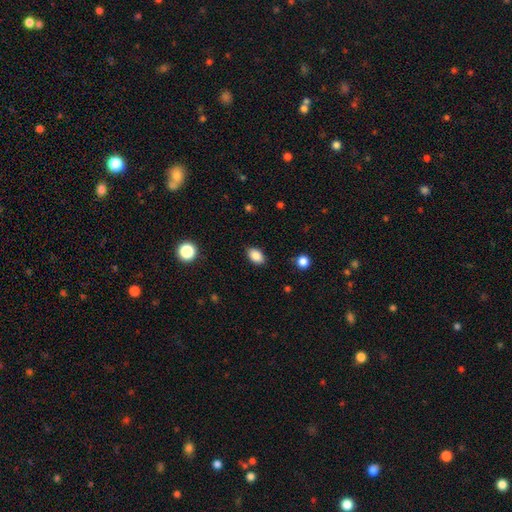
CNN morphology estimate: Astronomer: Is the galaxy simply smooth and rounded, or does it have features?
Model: smooth — 87%.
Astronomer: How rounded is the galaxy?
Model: in between — 87%.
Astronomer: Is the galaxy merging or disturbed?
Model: none — 87%.